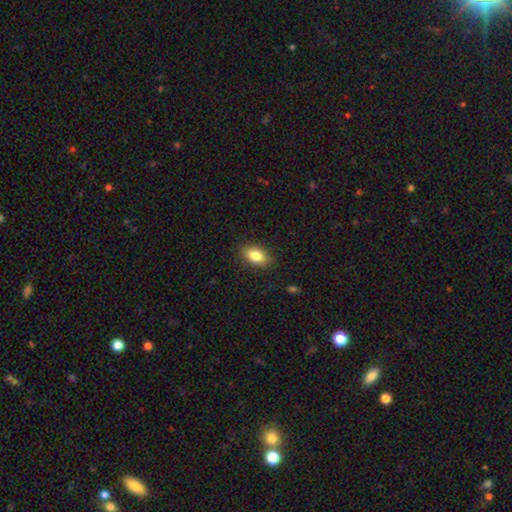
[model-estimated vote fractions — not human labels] This appears to be a smooth galaxy with no disk features (83%) that is in between round and cigar-shaped (87%). Merging: none (86%).